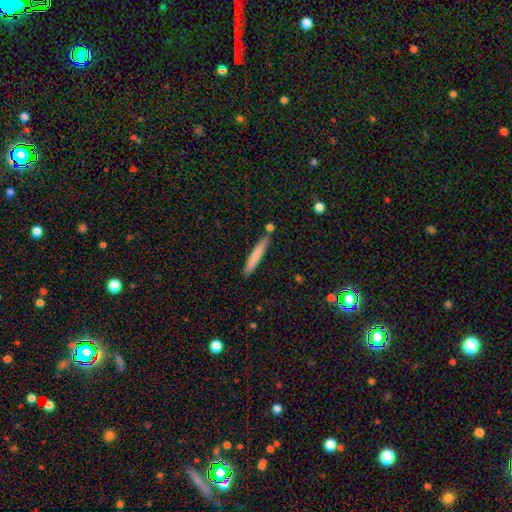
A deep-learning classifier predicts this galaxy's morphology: Smooth or featured: smooth — 74% (featured or disk — 20%)
How rounded: cigar-shaped — 94% (in between — 4%)
Merging: none — 82% (minor disturbance — 10%)